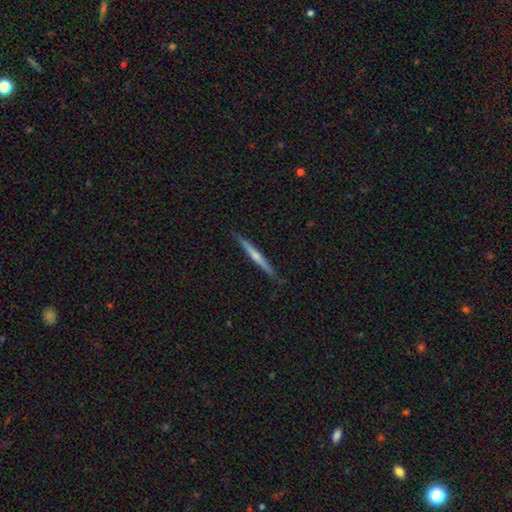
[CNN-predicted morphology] type=featured or disk (54%); edge-on=yes (97%); edge-on bulge=none (49%); merging=none (87%).